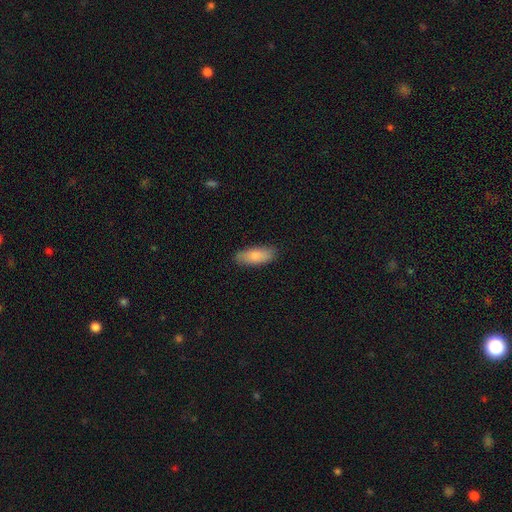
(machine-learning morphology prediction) Smooth or featured?
  - smooth: 83% *
  - featured or disk: 11%
  - star or artifact: 6%
How rounded?
  - in between: 76% *
  - cigar-shaped: 22%
  - round: 2%
Merging?
  - none: 85% *
  - minor disturbance: 12%
  - major disturbance: 2%
  - merger: 1%